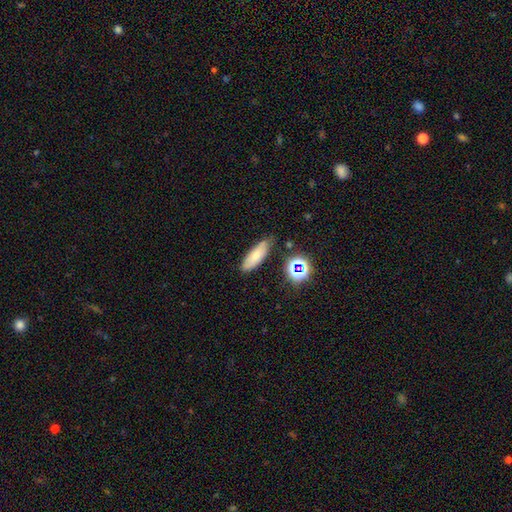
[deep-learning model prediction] Smooth or featured: smooth — 72% (featured or disk — 16%)
How rounded: in between — 59% (cigar-shaped — 38%)
Merging: none — 72% (minor disturbance — 20%)